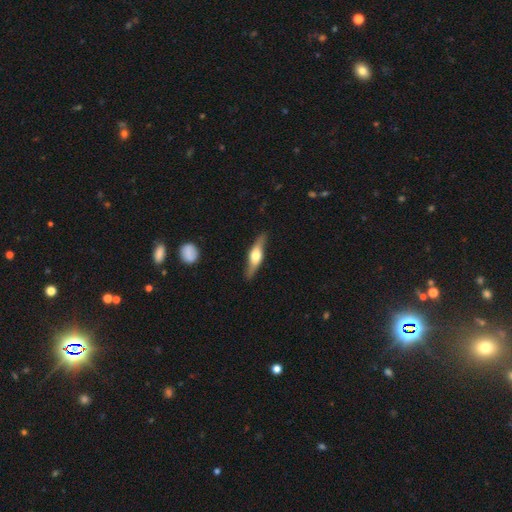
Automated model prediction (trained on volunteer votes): Smooth or featured? featured or disk (65%)
Edge-on disk? yes (91%)
Edge-on bulge? rounded (92%)
Merging? none (84%)